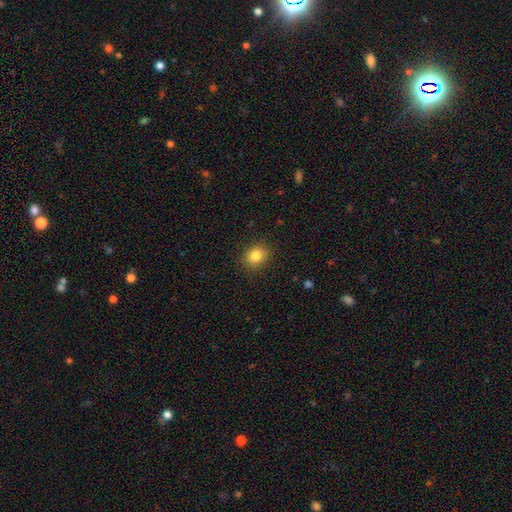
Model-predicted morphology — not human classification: The model was most divided on "how rounded": round: 60%, in between: 39%, cigar-shaped: 1%. More confident: merging — none (89%); smooth or featured — smooth (83%).